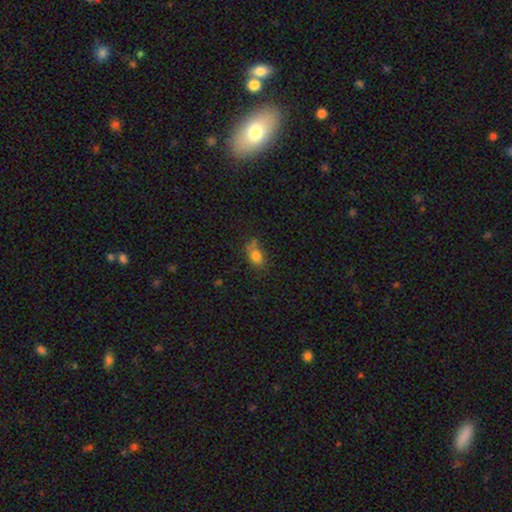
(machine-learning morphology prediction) Smooth or featured: smooth — 78% (star or artifact — 12%)
How rounded: in between — 76% (round — 20%)
Merging: none — 54% (minor disturbance — 25%)